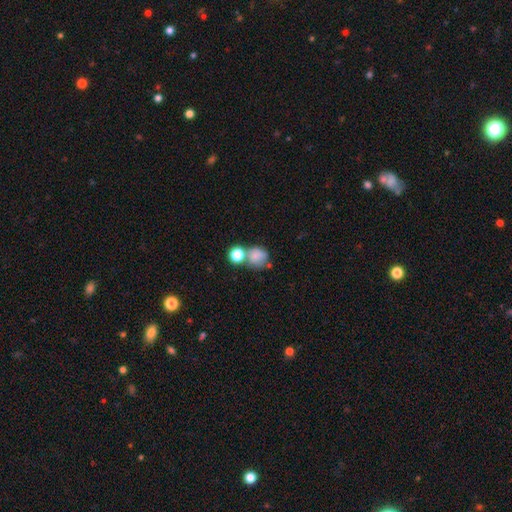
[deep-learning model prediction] A smooth galaxy with no disk features (78%) that is round (74%). Merging: none (40%).